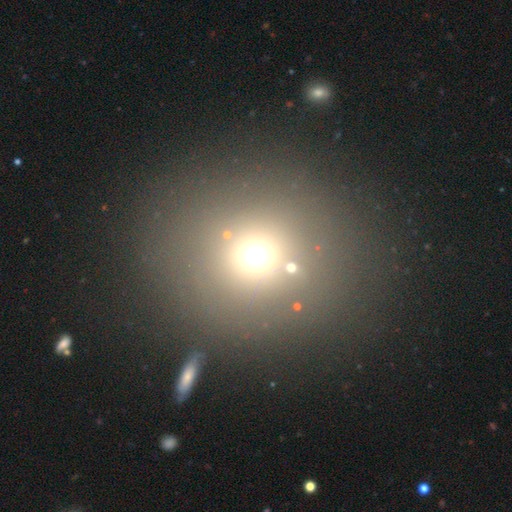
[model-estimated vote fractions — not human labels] This is likely a smooth galaxy (65%). How rounded: clearly round (85%). Merging: likely none (79%).